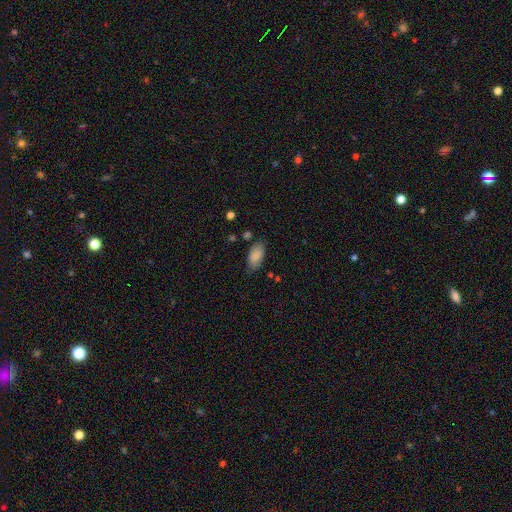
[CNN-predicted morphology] This is clearly a smooth galaxy (87%). How rounded: clearly in between (92%). Merging: likely none (73%).